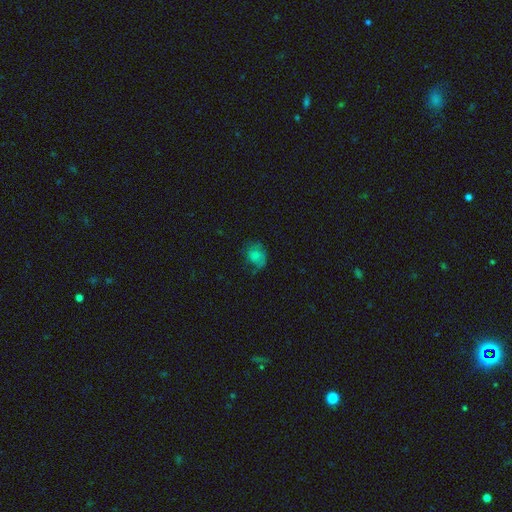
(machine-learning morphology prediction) Smooth or featured? Predicted: smooth (p=0.67). How rounded? Predicted: round (p=0.61). Merging? Predicted: none (p=0.48).